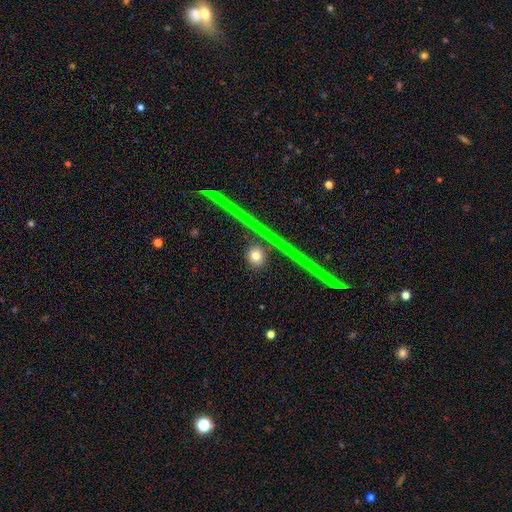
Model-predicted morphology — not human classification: Smooth or featured? smooth (72%)
How rounded? round (87%)
Merging? none (86%)